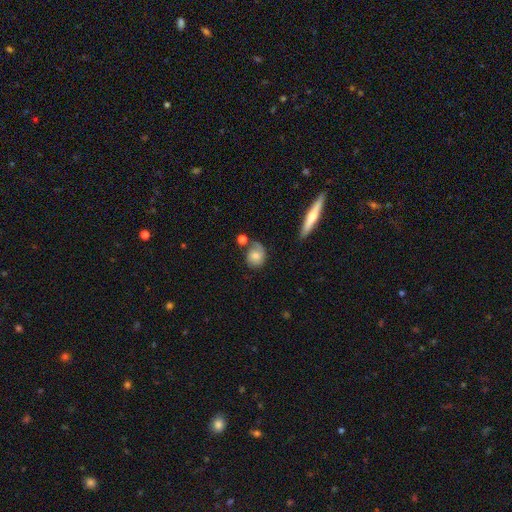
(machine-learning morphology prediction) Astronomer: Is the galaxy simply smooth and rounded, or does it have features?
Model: smooth — 56% (runner-up: featured or disk, 36%).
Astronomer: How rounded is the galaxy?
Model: round — 65%.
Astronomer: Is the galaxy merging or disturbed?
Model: none — 55%.